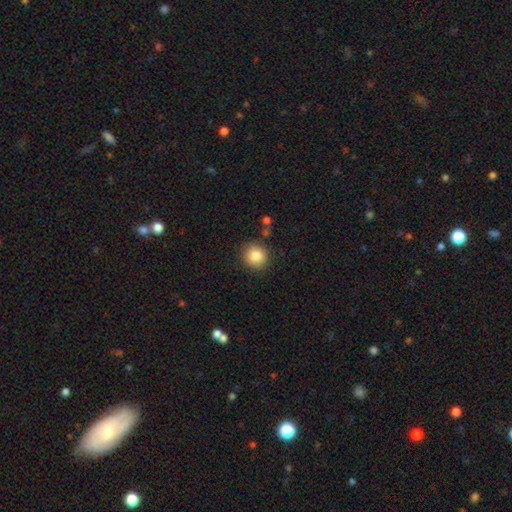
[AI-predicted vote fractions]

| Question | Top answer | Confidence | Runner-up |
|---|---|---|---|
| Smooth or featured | smooth | 85% | star or artifact (9%) |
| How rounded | round | 87% | in between (12%) |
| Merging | none | 86% | minor disturbance (9%) |